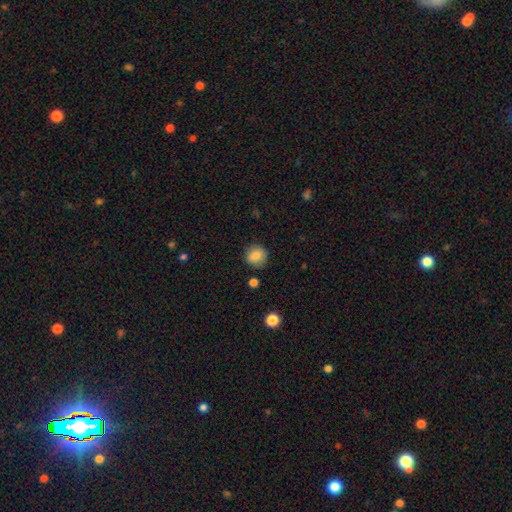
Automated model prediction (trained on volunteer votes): Smooth or featured: smooth — 85% (star or artifact — 9%)
How rounded: round — 86% (in between — 13%)
Merging: none — 85% (minor disturbance — 10%)